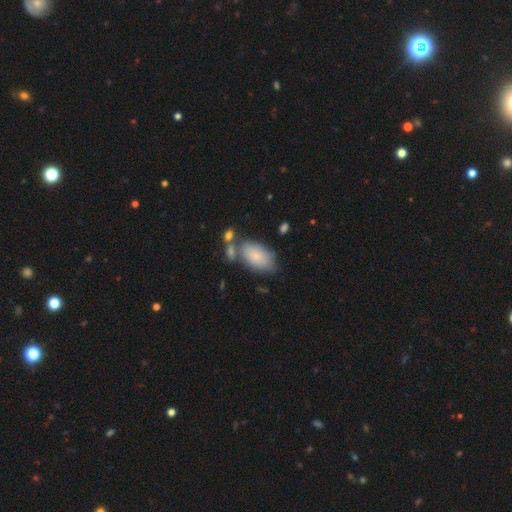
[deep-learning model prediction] A smooth galaxy with no disk features (80%) that is in between round and cigar-shaped (94%). Merging: none (61%).